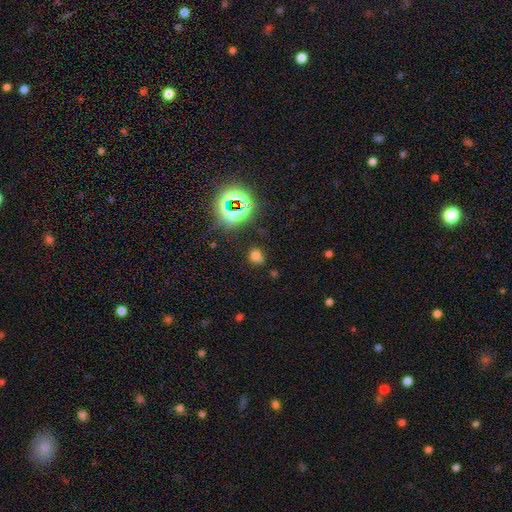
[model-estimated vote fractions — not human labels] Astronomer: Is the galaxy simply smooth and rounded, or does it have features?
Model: smooth — 61%.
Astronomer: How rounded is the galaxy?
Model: round — 59% (runner-up: in between, 40%).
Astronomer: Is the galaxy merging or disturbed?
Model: none — 77%.